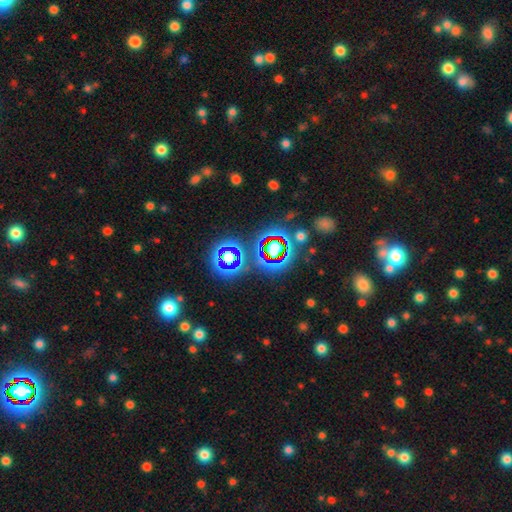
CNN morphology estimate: This is likely a star or artifact rather than a galaxy (73%).